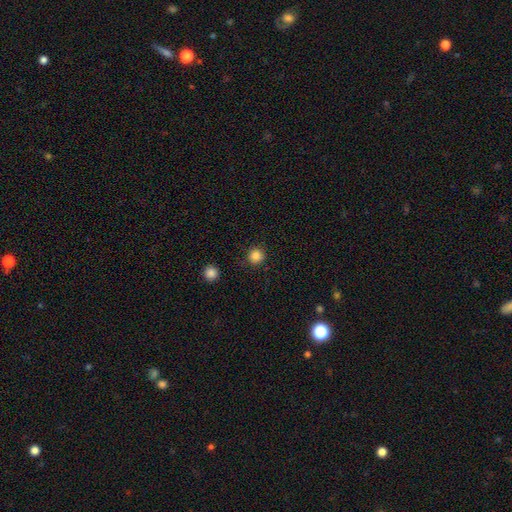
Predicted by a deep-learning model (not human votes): smooth_or_featured: smooth (p=0.84) [alt: star or artifact p=0.12]
how_rounded: round (p=0.94) [alt: in between p=0.05]
merging: none (p=0.88) [alt: minor disturbance p=0.08]